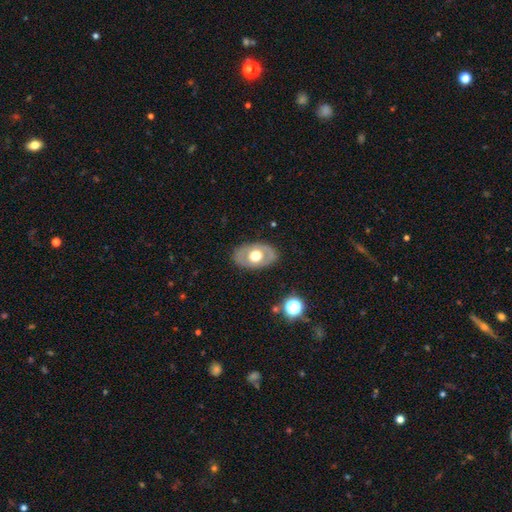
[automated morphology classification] A featured or disk galaxy (50%). Merging: none (83%).